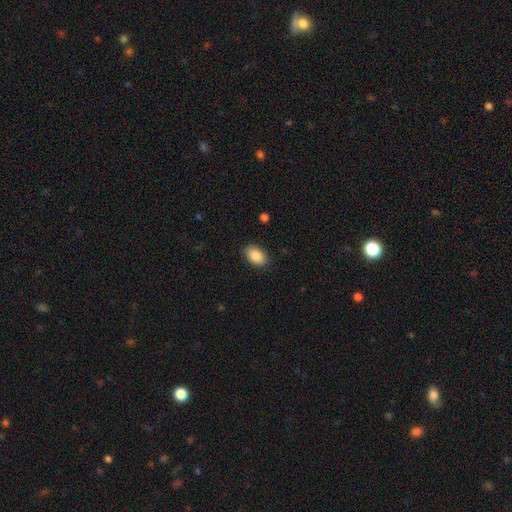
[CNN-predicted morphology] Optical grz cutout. It shows a smooth galaxy with no disk features (88%) that is in between round and cigar-shaped (89%). Merging: none (87%).